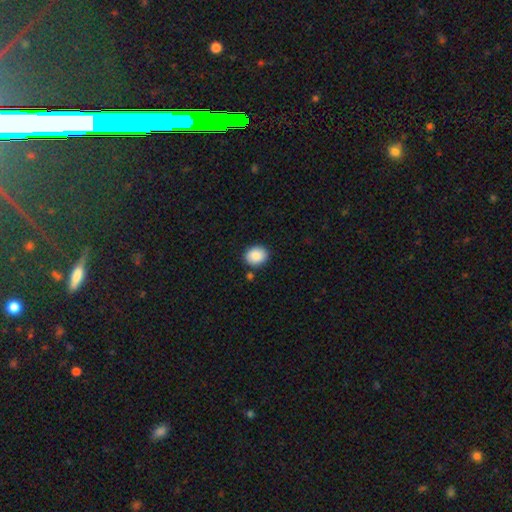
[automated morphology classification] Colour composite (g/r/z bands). It shows a smooth galaxy with no disk features (86%) that is round (56%). Merging: none (85%).